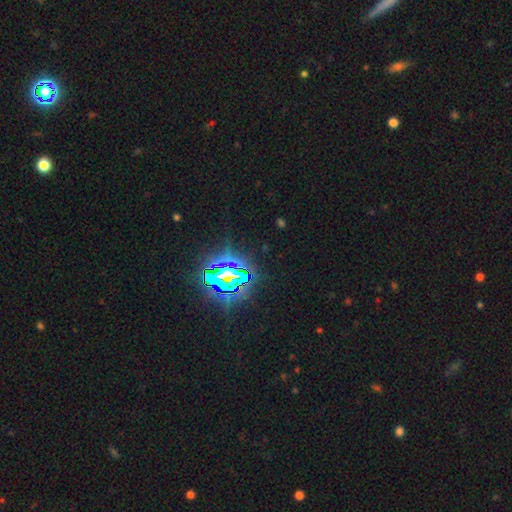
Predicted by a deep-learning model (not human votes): A star or artifact, not a galaxy (82%).

Vote fractions:
- Smooth or featured? star or artifact: 82% / smooth: 10% / featured or disk: 8%